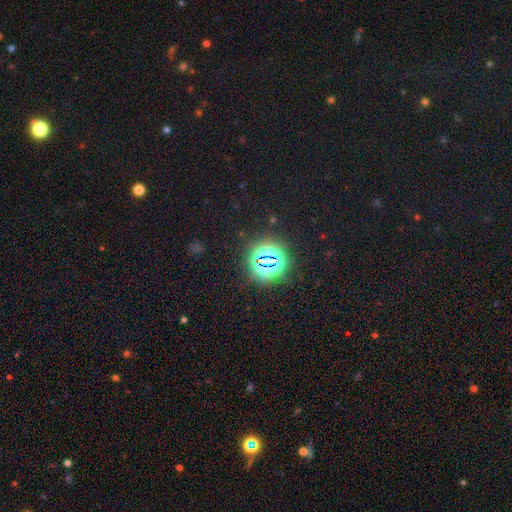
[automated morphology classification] Smooth or featured?
  - star or artifact: 73% *
  - smooth: 21%
  - featured or disk: 6%